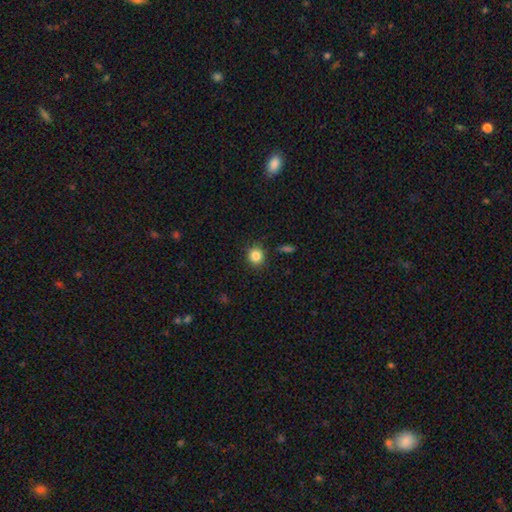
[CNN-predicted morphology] smooth_or_featured: smooth (p=0.85) [alt: star or artifact p=0.10]
how_rounded: round (p=0.89) [alt: in between p=0.10]
merging: none (p=0.88) [alt: minor disturbance p=0.07]